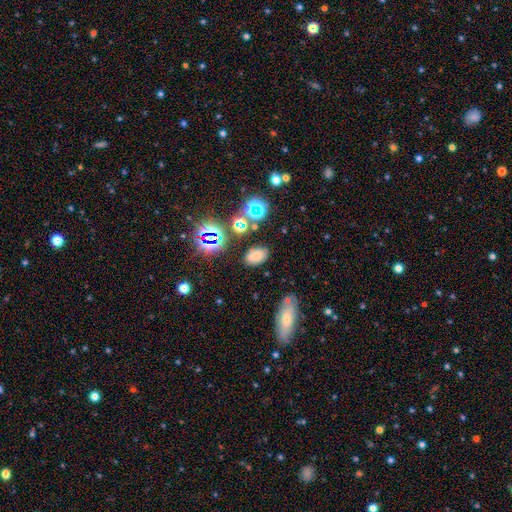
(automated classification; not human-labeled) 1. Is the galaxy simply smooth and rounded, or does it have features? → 67% smooth, 22% star or artifact, 10% featured or disk.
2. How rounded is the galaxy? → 89% in between, 9% round, 2% cigar-shaped.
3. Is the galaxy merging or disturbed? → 76% none, 15% minor disturbance, 5% major disturbance, 4% merger.